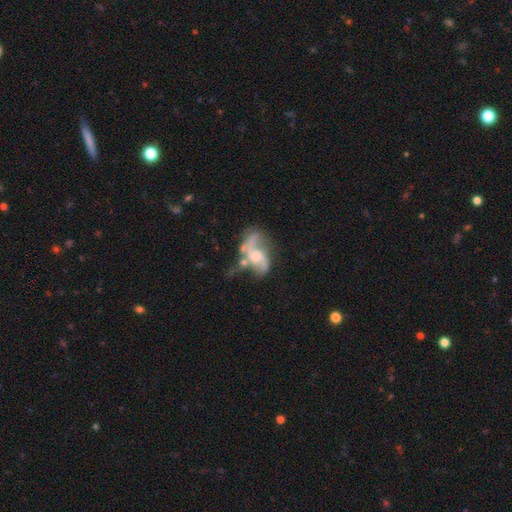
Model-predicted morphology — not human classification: featured or disk 80%, smooth 13%, star or artifact 7%. Down the decision tree: edge-on disk — no (97%); bar — no (58%); spiral arms — yes (89%); spiral arm count — 2 (82%); spiral winding — loose (58%); bulge size — moderate (48%); merging — none (32%).